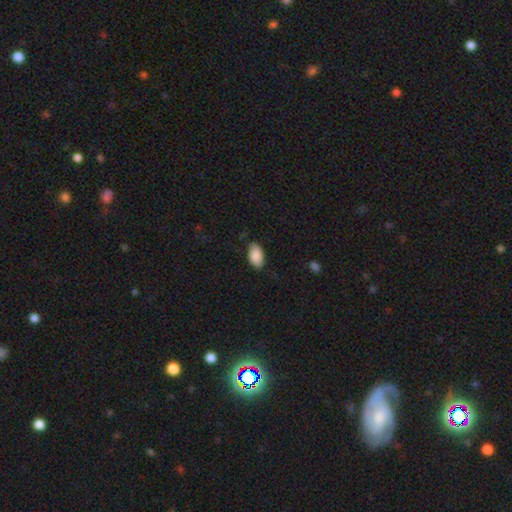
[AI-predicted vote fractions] Smooth or featured? Predicted: smooth (p=0.88). How rounded? Predicted: in between (p=0.95). Merging? Predicted: none (p=0.78).